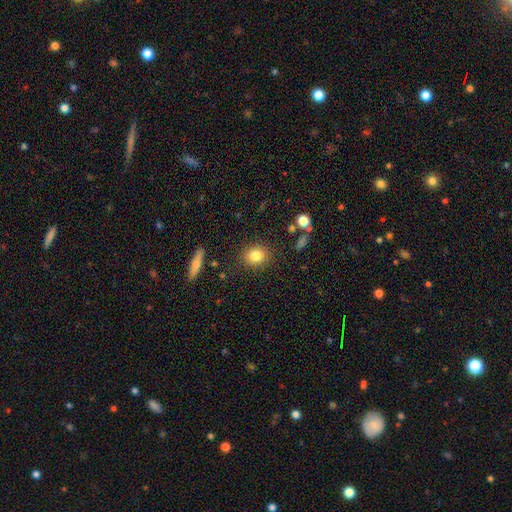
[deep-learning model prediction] Morphology: type=smooth (82%); roundness=round (68%); merging=none (86%).